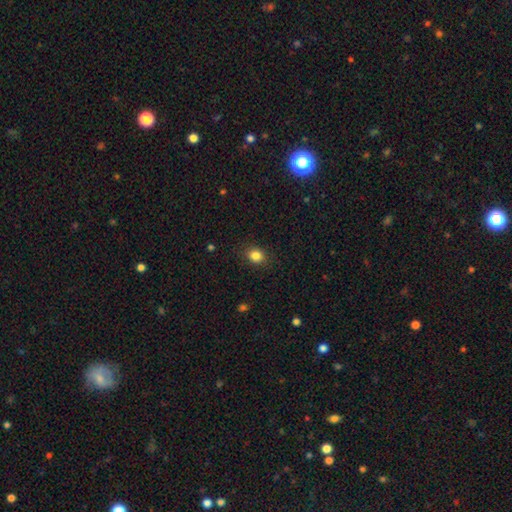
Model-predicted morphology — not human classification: Smooth or featured? Predicted: smooth (p=0.85). How rounded? Predicted: round (p=0.56). Merging? Predicted: none (p=0.87).